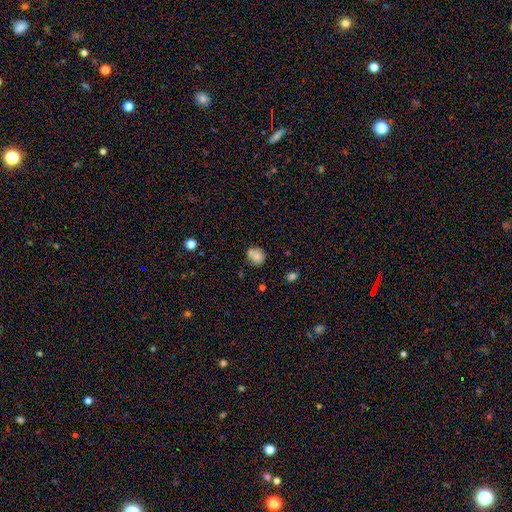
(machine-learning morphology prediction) This appears to be a smooth galaxy with no disk features (79%) that is round (67%). Merging: none (60%).